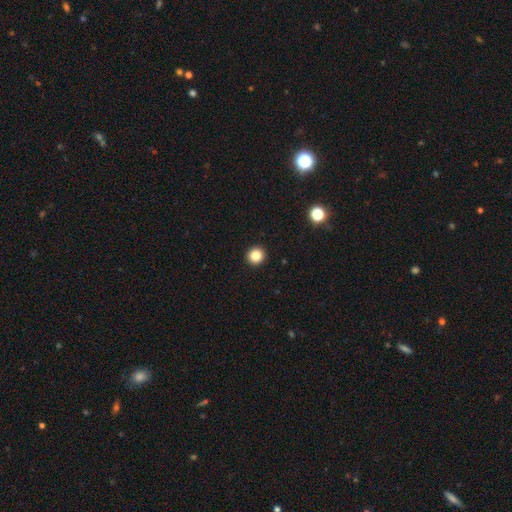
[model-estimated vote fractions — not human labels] A smooth galaxy with no disk features (84%) that is round (95%). Merging: none (94%).